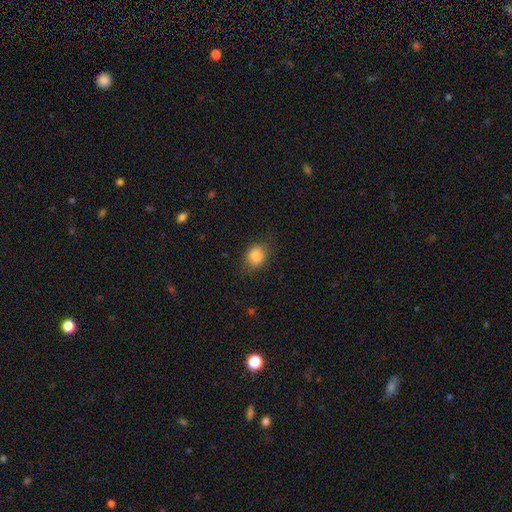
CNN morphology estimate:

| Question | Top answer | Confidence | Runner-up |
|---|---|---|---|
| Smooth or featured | smooth | 83% | star or artifact (9%) |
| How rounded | round | 54% | in between (45%) |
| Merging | none | 78% | minor disturbance (16%) |